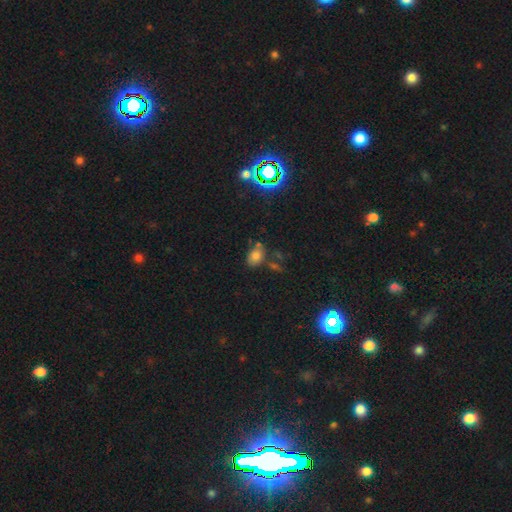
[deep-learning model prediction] Morphology: type=smooth (72%); roundness=in between (75%); merging=none (59%).